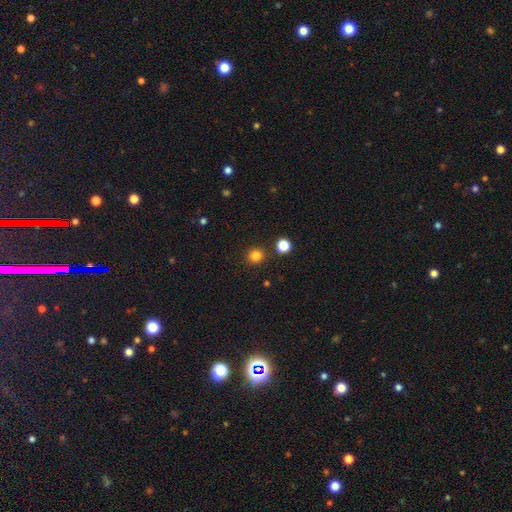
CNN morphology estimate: This is clearly a smooth galaxy (82%). How rounded: clearly round (93%). Merging: clearly none (89%).